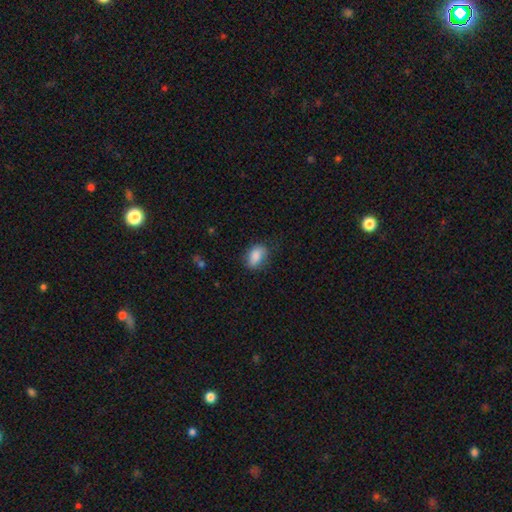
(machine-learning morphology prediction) type=smooth (85%); roundness=in between (86%); merging=none (69%).